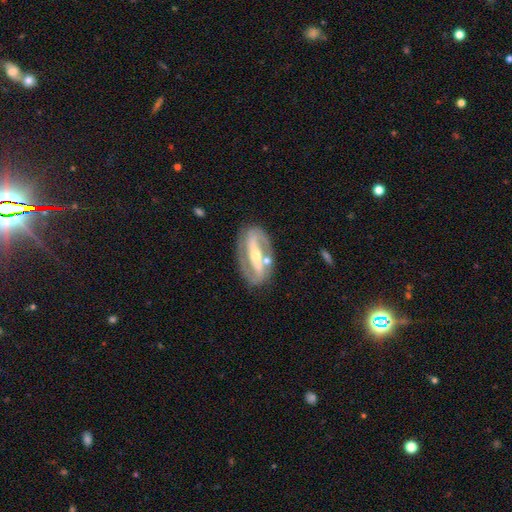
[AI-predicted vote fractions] Smooth or featured?
  - featured or disk: 82% *
  - smooth: 11%
  - star or artifact: 8%
Edge-on disk?
  - no: 84% *
  - yes: 16%
Bar?
  - strong: 69% *
  - weak: 19%
  - no: 12%
Spiral arms?
  - yes: 74% *
  - no: 26%
Spiral winding?
  - medium: 38% *
  - tight: 35%
  - loose: 27%
Spiral arm count?
  - 2: 83% *
  - can't tell: 10%
  - 1: 3%
  - 3: 1%
  - 4: 1%
  - more than 4: 1%
Bulge size?
  - moderate: 48% *
  - small: 46%
  - large: 3%
  - none: 2%
  - dominant: 1%
Merging?
  - none: 79% *
  - minor disturbance: 13%
  - major disturbance: 5%
  - merger: 3%